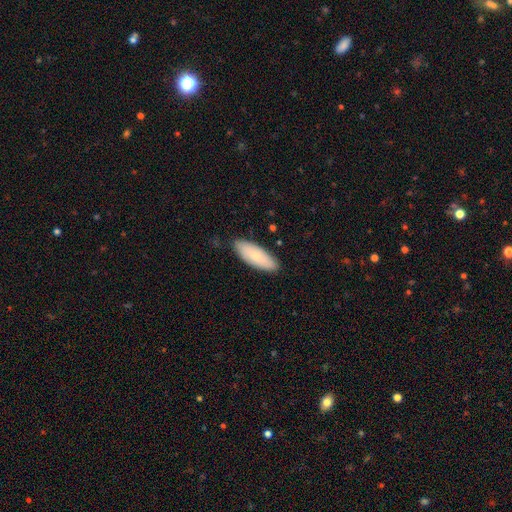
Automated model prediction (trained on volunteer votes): A smooth galaxy with no disk features (74%) that is in between round and cigar-shaped (75%).

Vote fractions:
- Smooth or featured? smooth: 74% / featured or disk: 21% / star or artifact: 6%
- How rounded? in between: 75% / cigar-shaped: 23% / round: 2%
- Merging? none: 85% / minor disturbance: 12% / major disturbance: 2% / merger: 1%